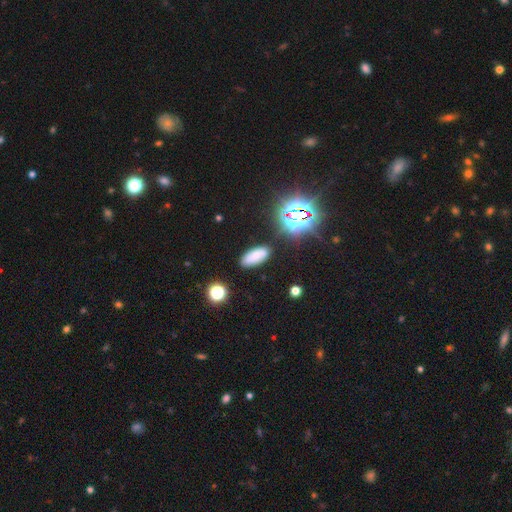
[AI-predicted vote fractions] Morphology: type=smooth (71%); roundness=in between (85%); merging=none (83%).